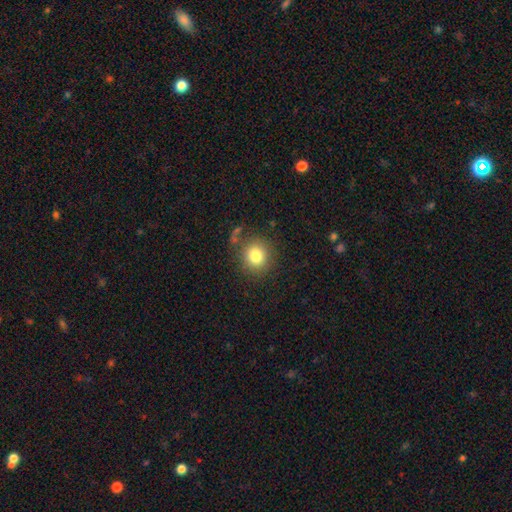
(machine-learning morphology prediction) A smooth galaxy with no disk features (81%) that is round (89%). Merging: none (81%).